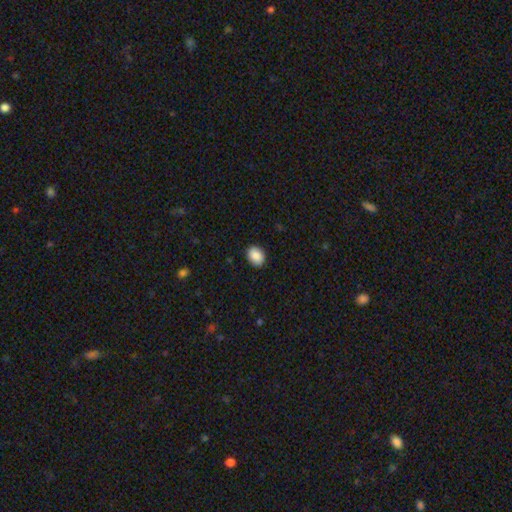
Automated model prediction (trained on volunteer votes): smooth-or-featured: smooth: 89% | star or artifact: 7% | featured or disk: 4%
  how-rounded: in between: 57% | round: 42% | cigar-shaped: 1%
  merging: none: 89% | minor disturbance: 8% | major disturbance: 2% | merger: 1%